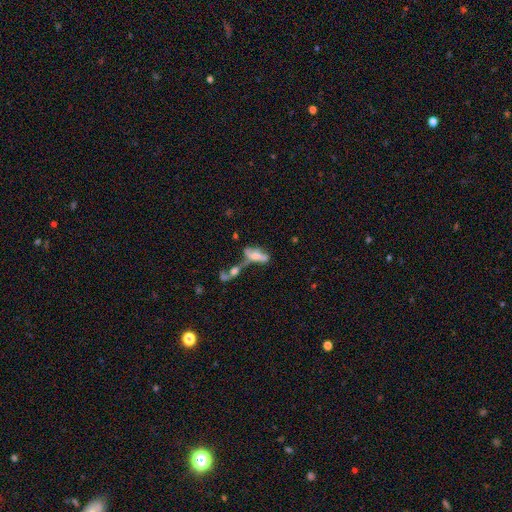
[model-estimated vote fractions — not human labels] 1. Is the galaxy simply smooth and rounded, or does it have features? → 44% featured or disk, 43% smooth, 12% star or artifact.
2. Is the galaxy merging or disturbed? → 58% merger, 17% major disturbance, 16% none, 10% minor disturbance.